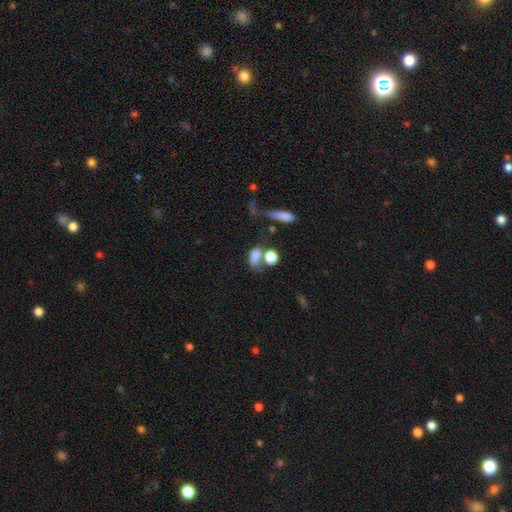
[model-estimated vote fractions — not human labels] Smooth or featured? Predicted: smooth (p=0.76). How rounded? Predicted: in between (p=0.73). Merging? Predicted: merger (p=0.39).